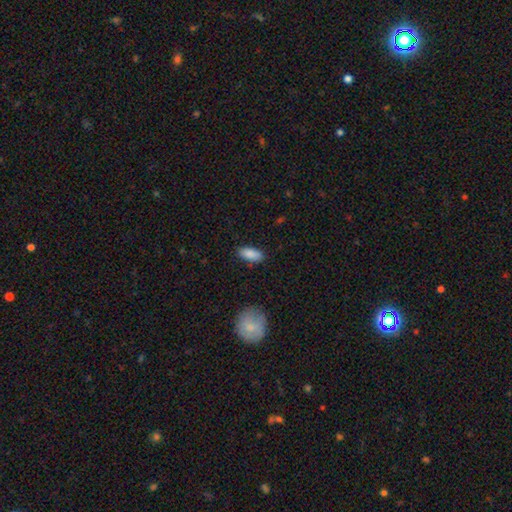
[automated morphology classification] smooth_or_featured: smooth (p=0.85) [alt: star or artifact p=0.08]
how_rounded: in between (p=0.80) [alt: cigar-shaped p=0.17]
merging: none (p=0.87) [alt: minor disturbance p=0.10]